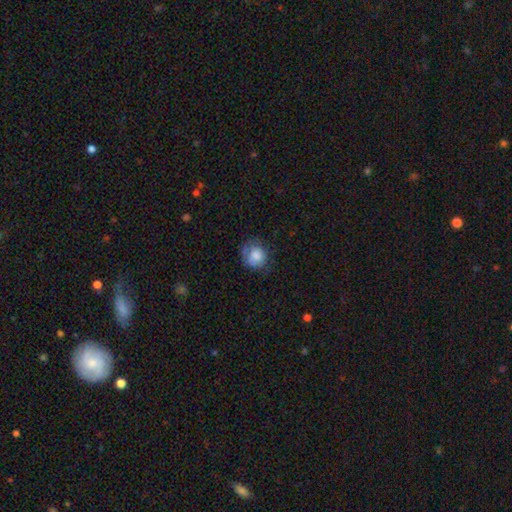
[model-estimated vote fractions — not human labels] Smooth or featured?
  - smooth: 79% *
  - featured or disk: 13%
  - star or artifact: 8%
How rounded?
  - round: 76% *
  - in between: 23%
  - cigar-shaped: 1%
Merging?
  - none: 58% *
  - minor disturbance: 28%
  - major disturbance: 13%
  - merger: 2%